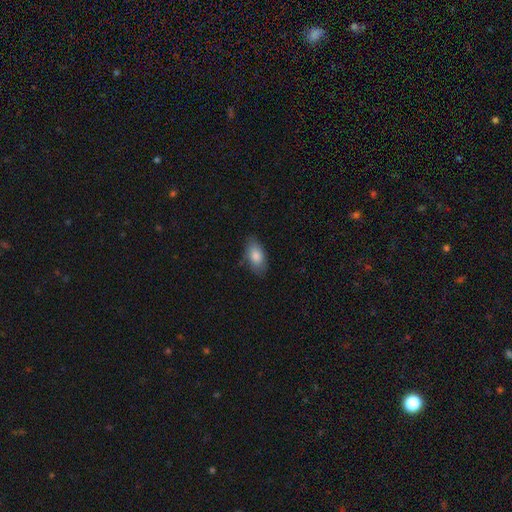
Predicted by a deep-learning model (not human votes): This is clearly a smooth galaxy (84%). How rounded: clearly in between (92%). Merging: likely none (78%).